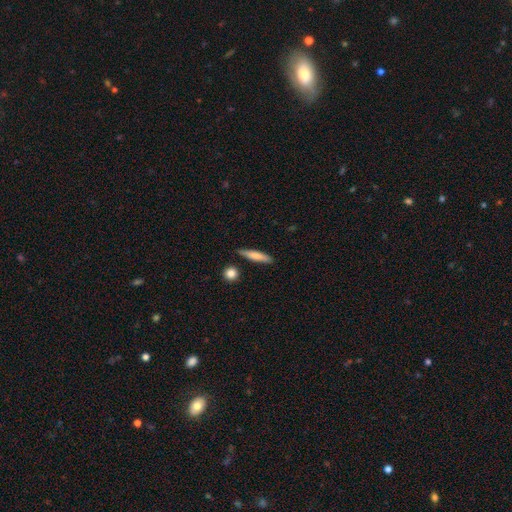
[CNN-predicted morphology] Q: Smooth or featured?
A: smooth (74%); runner-up: featured or disk (20%)
Q: How rounded?
A: cigar-shaped (85%); runner-up: in between (13%)
Q: Merging?
A: none (83%); runner-up: minor disturbance (11%)